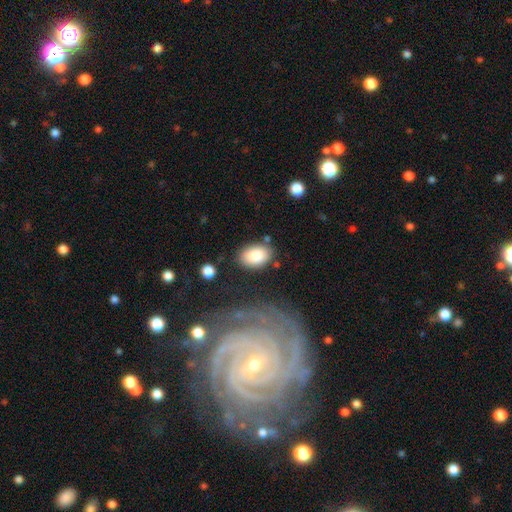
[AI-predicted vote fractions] Smooth or featured? Predicted: smooth (p=0.87). How rounded? Predicted: in between (p=0.88). Merging? Predicted: none (p=0.77).